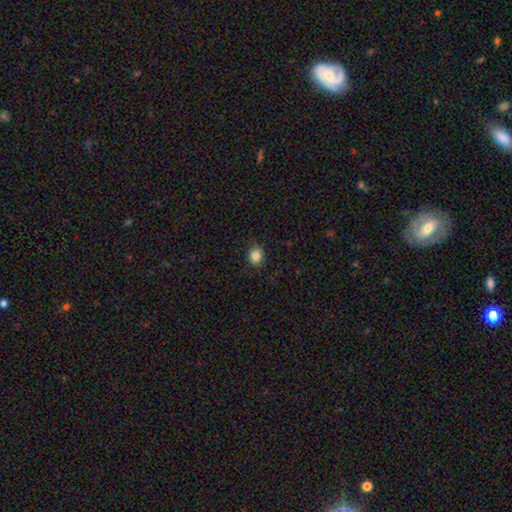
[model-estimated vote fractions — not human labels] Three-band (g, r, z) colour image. It shows a smooth galaxy with no disk features (85%) that is round (69%). Merging: none (87%).